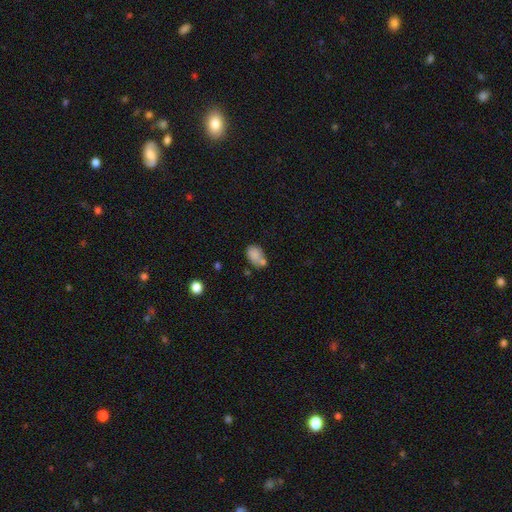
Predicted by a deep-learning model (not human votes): This appears to be a smooth galaxy with no disk features (81%) that is in between round and cigar-shaped (81%). Merging: none (48%).